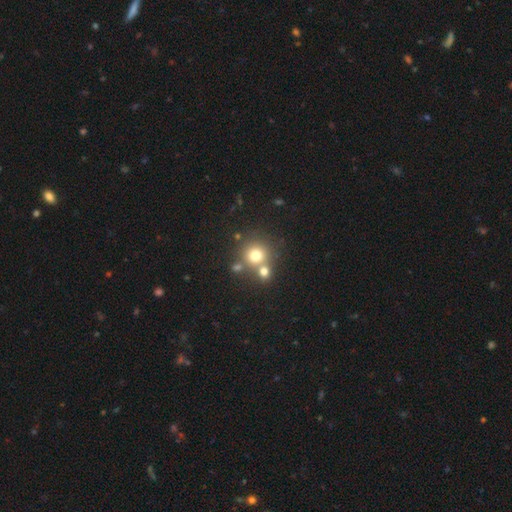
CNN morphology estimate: Smooth or featured: smooth — 73% (star or artifact — 15%)
How rounded: round — 90% (in between — 9%)
Merging: none — 58% (merger — 31%)